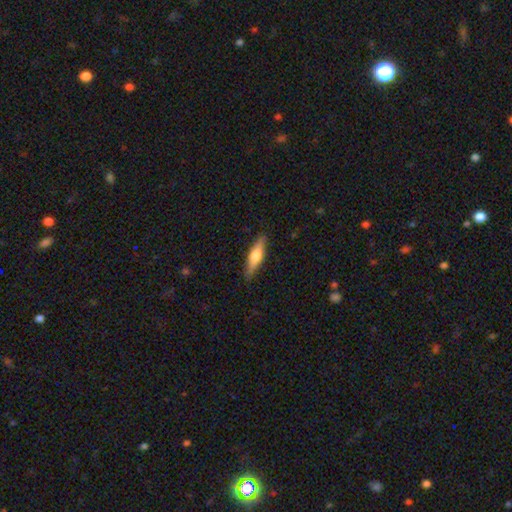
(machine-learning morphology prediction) This is possibly a featured or disk galaxy (47%, tied with smooth). Merging: clearly none (88%).